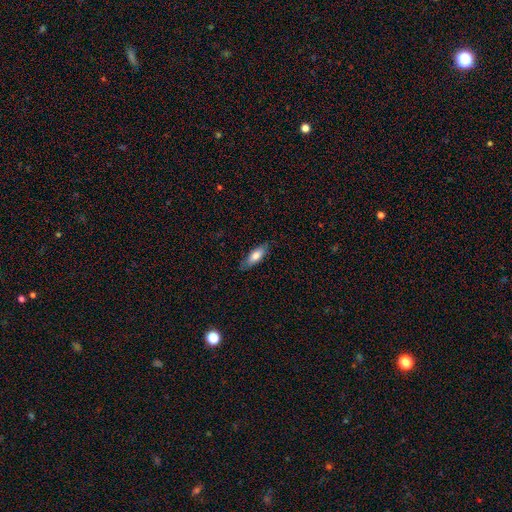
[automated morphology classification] smooth_or_featured: smooth (p=0.73) [alt: featured or disk p=0.21]
how_rounded: in between (p=0.66) [alt: cigar-shaped p=0.32]
merging: none (p=0.81) [alt: minor disturbance p=0.15]